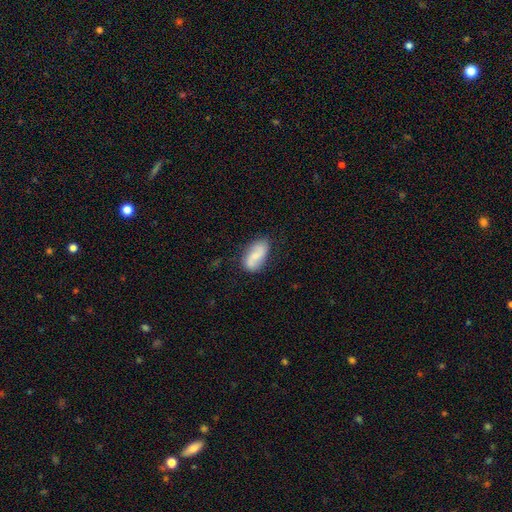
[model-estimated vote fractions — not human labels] Morphology: type=smooth (48%); merging=none (73%).